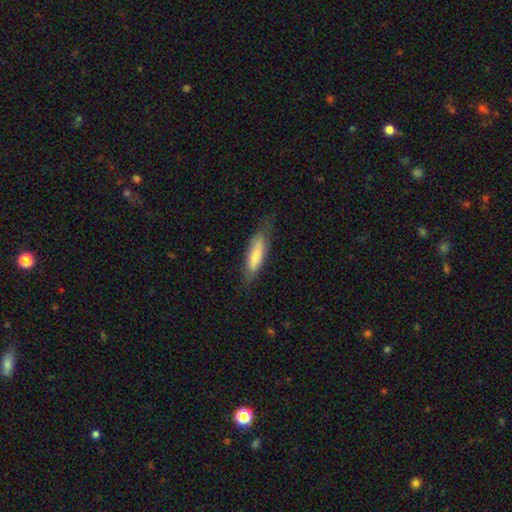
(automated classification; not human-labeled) smooth 71%, featured or disk 23%, star or artifact 6%. Down the decision tree: how rounded — cigar-shaped (59%); merging — none (66%).